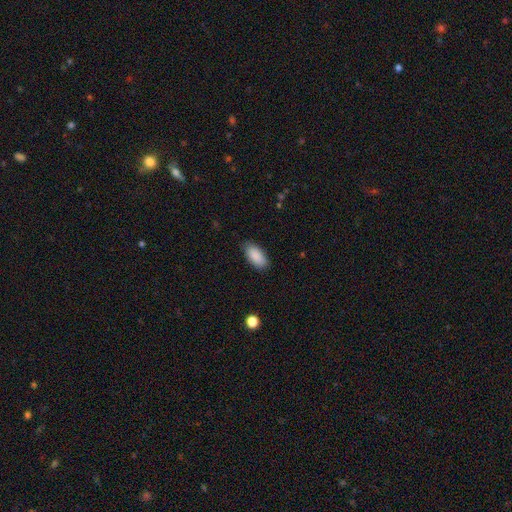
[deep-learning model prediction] Overall: smooth (89%). How rounded: in between (92%). Merging: none (83%).